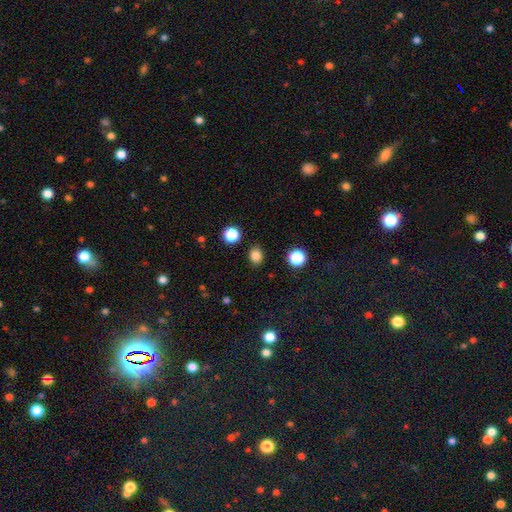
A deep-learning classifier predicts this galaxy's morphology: A smooth galaxy with no disk features (83%) that is round (57%). Merging: none (87%).